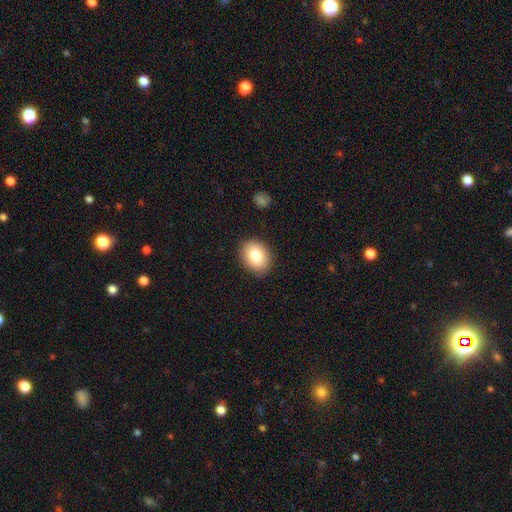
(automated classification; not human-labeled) Morphology: type=smooth (80%); roundness=in between (62%); merging=none (86%).